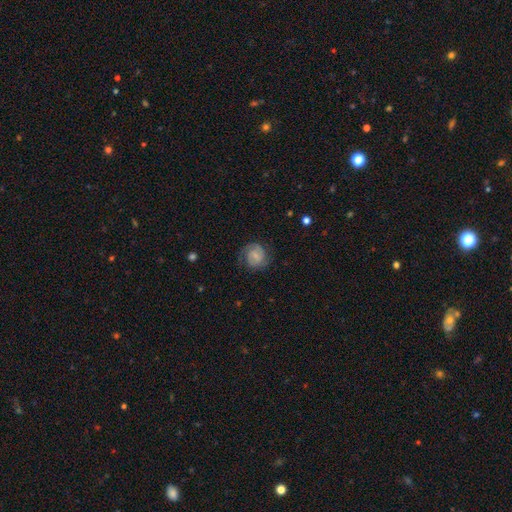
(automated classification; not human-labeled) The model was most divided on "bar": no: 53%, weak: 38%, strong: 8%. More confident: edge-on disk — no (98%); spiral arms — yes (93%); merging — none (71%); smooth or featured — featured or disk (65%); spiral arm count — 2 (62%); bulge size — small (58%); spiral winding — tight (53%).